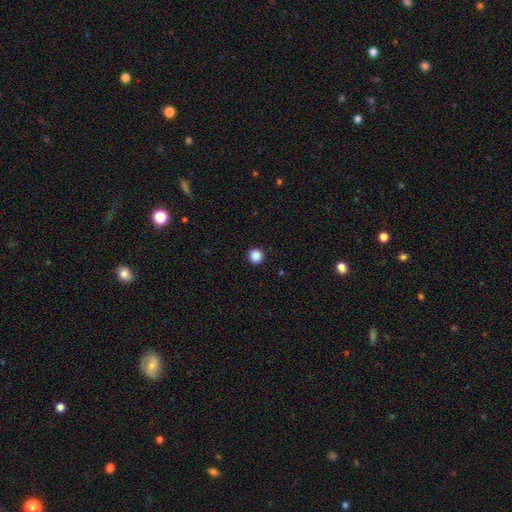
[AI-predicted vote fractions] smooth-or-featured: smooth: 88% | star or artifact: 10% | featured or disk: 2%
  how-rounded: round: 95% | in between: 4% | cigar-shaped: 1%
  merging: none: 93% | minor disturbance: 4% | major disturbance: 2% | merger: 1%